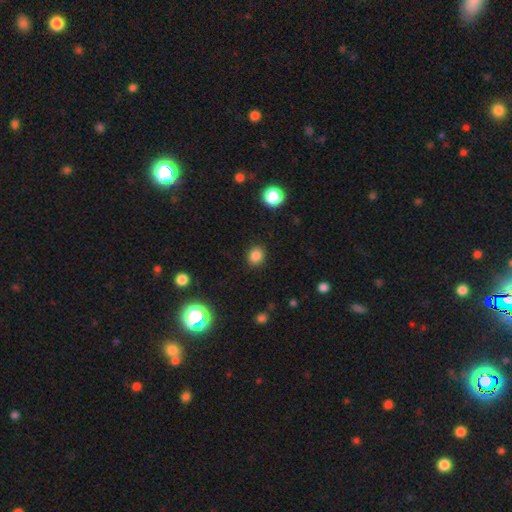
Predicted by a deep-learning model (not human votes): Smooth or featured? smooth (84%)
How rounded? round (72%)
Merging? none (90%)